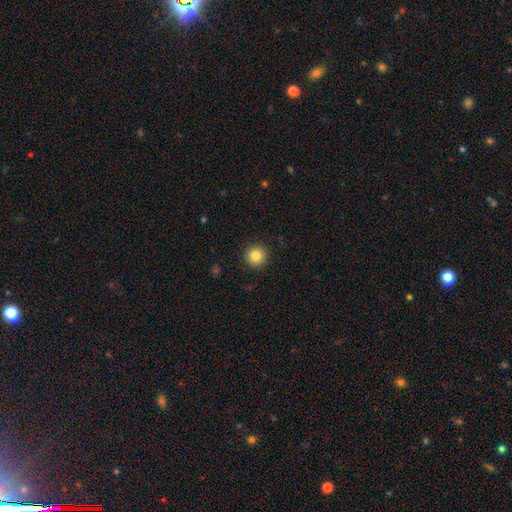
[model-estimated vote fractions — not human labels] Smooth or featured? smooth (84%)
How rounded? round (95%)
Merging? none (92%)